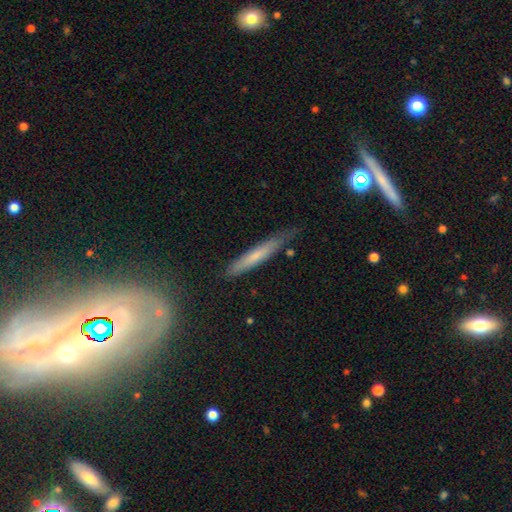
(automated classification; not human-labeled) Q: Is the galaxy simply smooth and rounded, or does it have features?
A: smooth — 60%.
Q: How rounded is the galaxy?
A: cigar-shaped — 94%.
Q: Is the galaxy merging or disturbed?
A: none — 75%.